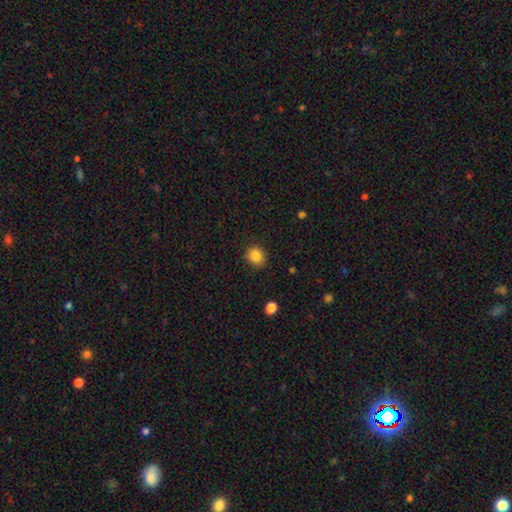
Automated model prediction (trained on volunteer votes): Smooth or featured: smooth — 85% (star or artifact — 10%)
How rounded: round — 77% (in between — 22%)
Merging: none — 87% (minor disturbance — 9%)